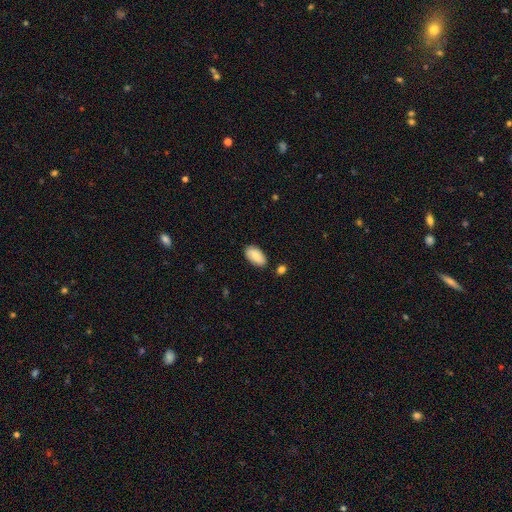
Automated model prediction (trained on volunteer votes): smooth_or_featured: smooth (p=0.81) [alt: featured or disk p=0.13]
how_rounded: in between (p=0.95) [alt: round p=0.03]
merging: none (p=0.83) [alt: minor disturbance p=0.12]